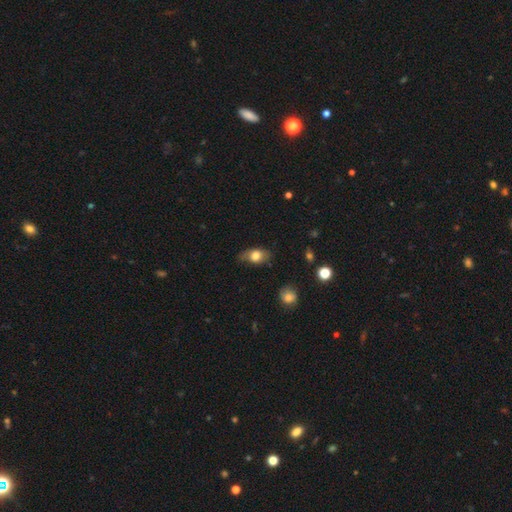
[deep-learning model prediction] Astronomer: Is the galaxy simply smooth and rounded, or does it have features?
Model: smooth — 76%.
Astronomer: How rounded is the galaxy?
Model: in between — 82%.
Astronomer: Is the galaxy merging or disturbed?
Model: none — 60%.